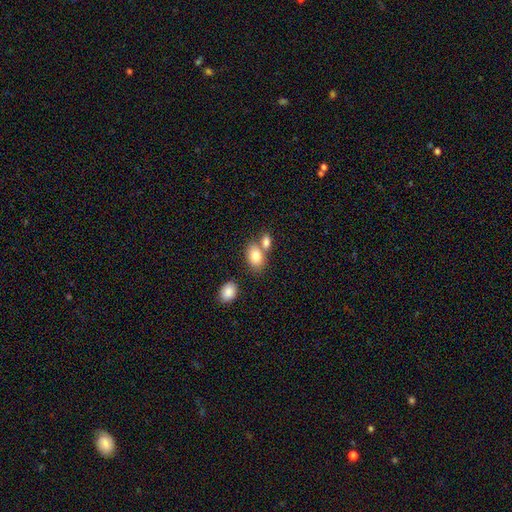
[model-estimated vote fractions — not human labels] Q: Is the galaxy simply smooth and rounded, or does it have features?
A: smooth — 82%.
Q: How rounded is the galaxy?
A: in between — 85%.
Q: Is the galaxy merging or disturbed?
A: none — 47%.